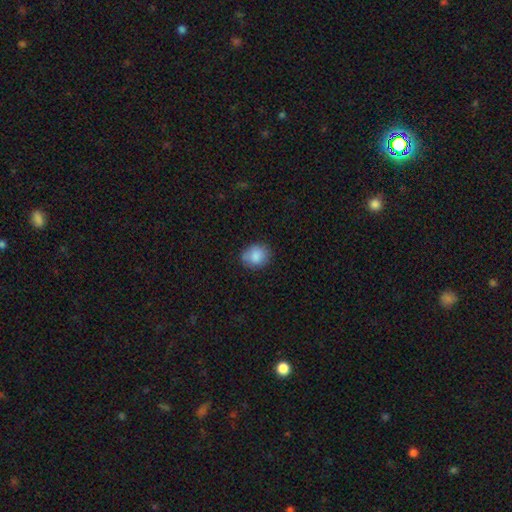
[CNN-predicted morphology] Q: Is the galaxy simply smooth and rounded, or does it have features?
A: smooth — 84%.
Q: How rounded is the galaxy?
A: round — 64%.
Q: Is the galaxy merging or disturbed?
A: none — 77%.